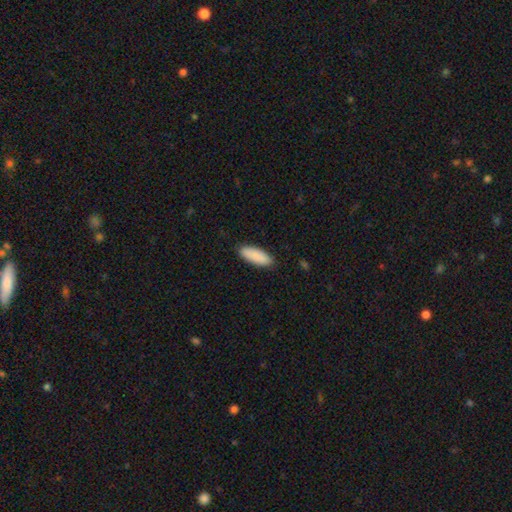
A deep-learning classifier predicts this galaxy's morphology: smooth 89%, star or artifact 6%, featured or disk 5%. Down the decision tree: how rounded — in between (70%); merging — none (87%).